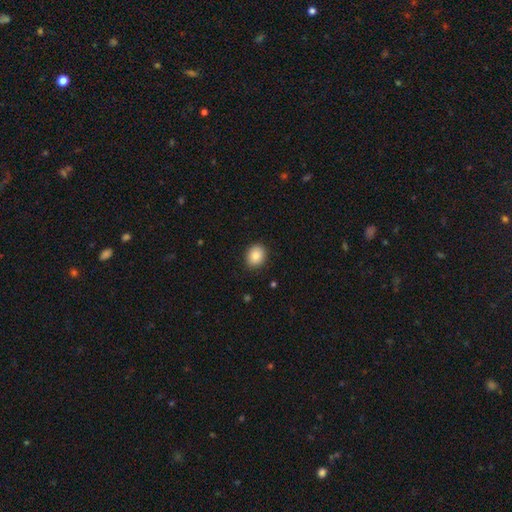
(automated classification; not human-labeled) Smooth or featured? Predicted: smooth (p=0.86). How rounded? Predicted: round (p=0.53). Merging? Predicted: none (p=0.89).